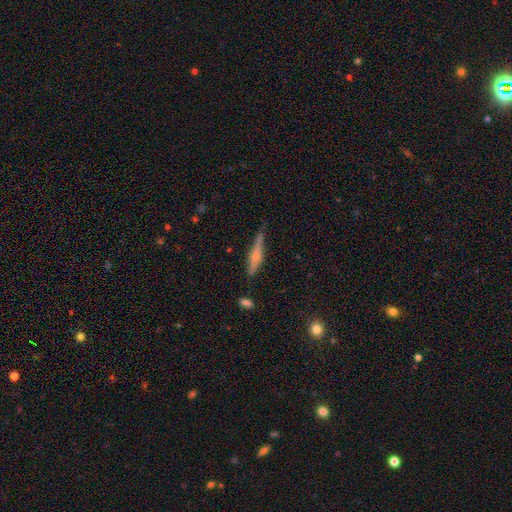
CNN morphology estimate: Smooth or featured? Predicted: featured or disk (p=0.49). Merging? Predicted: none (p=0.67).